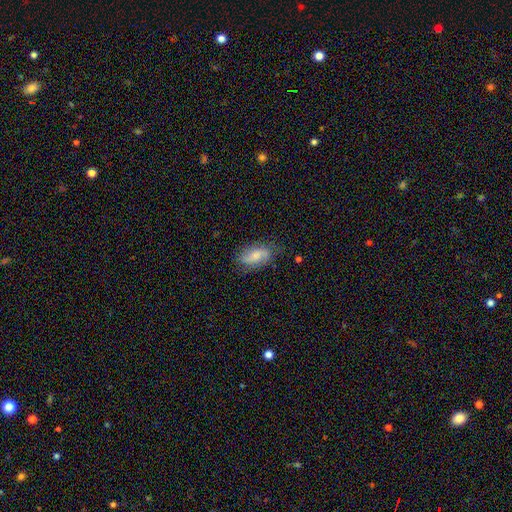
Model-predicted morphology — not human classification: Smooth or featured? Predicted: smooth (p=0.61). How rounded? Predicted: in between (p=0.89). Merging? Predicted: none (p=0.71).